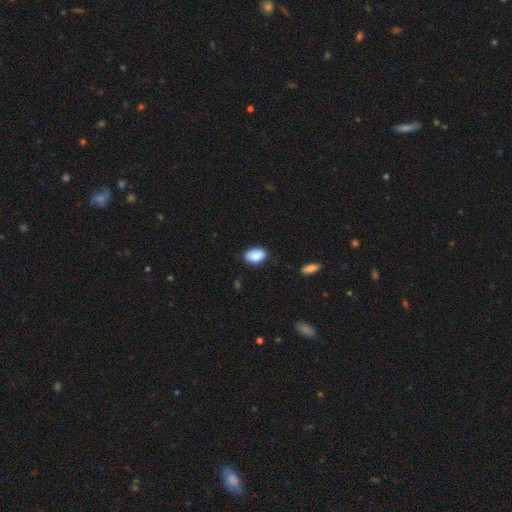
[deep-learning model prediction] Morphology: type=smooth (88%); roundness=in between (87%); merging=none (82%).